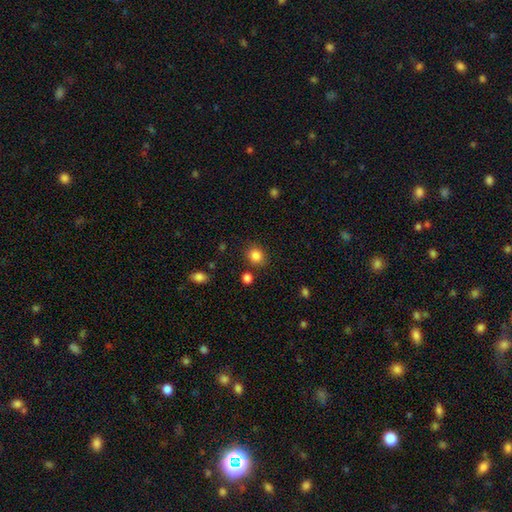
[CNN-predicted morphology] The model was most divided on "how rounded": round: 74%, in between: 25%, cigar-shaped: 1%. More confident: smooth or featured — smooth (85%); merging — none (84%).